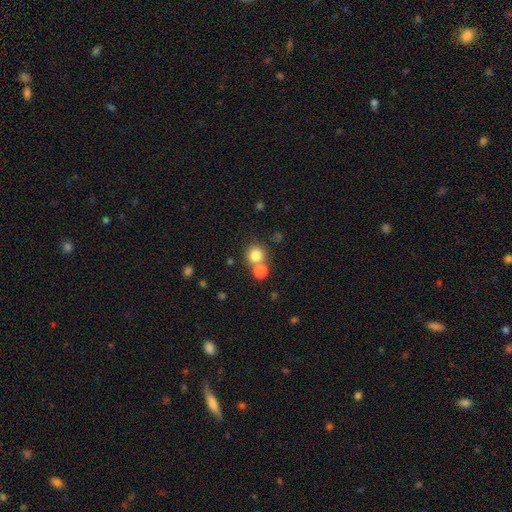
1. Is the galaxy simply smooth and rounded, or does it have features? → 85% smooth, 10% star or artifact, 5% featured or disk.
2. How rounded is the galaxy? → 88% round, 12% in between, 0% cigar-shaped.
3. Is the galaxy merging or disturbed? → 57% none, 20% merger, 14% major disturbance, 9% minor disturbance.